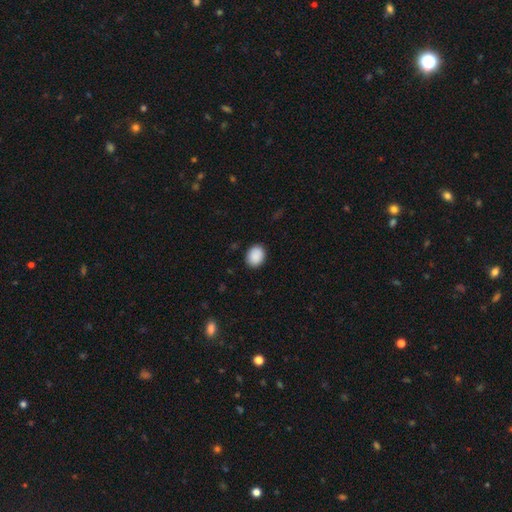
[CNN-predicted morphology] Smooth or featured?
  - smooth: 90% *
  - star or artifact: 7%
  - featured or disk: 3%
How rounded?
  - in between: 58% *
  - round: 41%
  - cigar-shaped: 1%
Merging?
  - none: 89% *
  - minor disturbance: 8%
  - major disturbance: 2%
  - merger: 1%